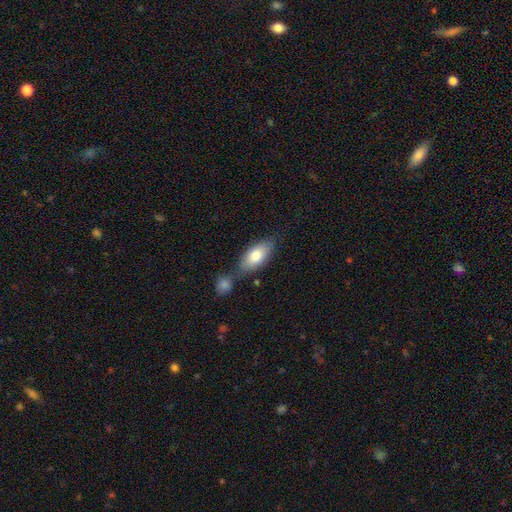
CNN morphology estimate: smooth-or-featured: smooth: 78% | featured or disk: 16% | star or artifact: 6%
  how-rounded: in between: 88% | cigar-shaped: 8% | round: 3%
  merging: none: 57% | merger: 24% | minor disturbance: 15% | major disturbance: 4%